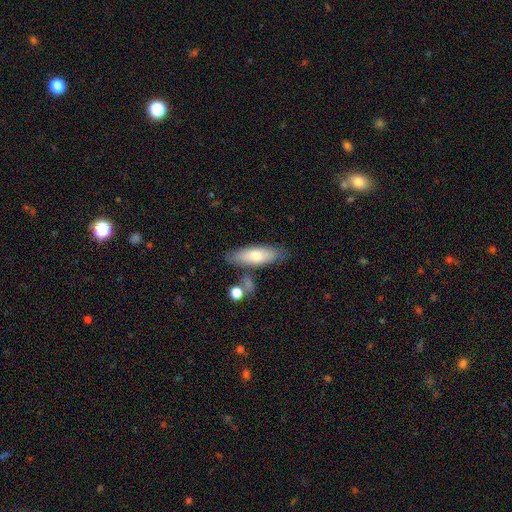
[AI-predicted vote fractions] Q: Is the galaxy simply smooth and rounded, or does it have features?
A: smooth — 70%.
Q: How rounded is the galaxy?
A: in between — 56%.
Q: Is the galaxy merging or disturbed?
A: none — 75%.